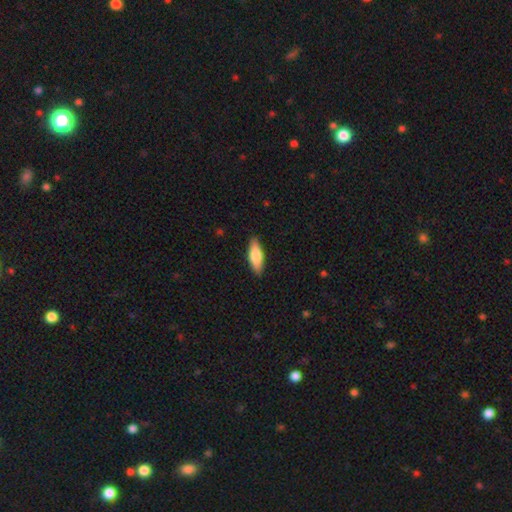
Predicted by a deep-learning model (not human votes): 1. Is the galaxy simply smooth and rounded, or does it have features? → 76% smooth, 19% featured or disk, 6% star or artifact.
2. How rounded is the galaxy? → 62% in between, 36% cigar-shaped, 2% round.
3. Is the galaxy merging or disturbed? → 89% none, 8% minor disturbance, 2% major disturbance, 1% merger.